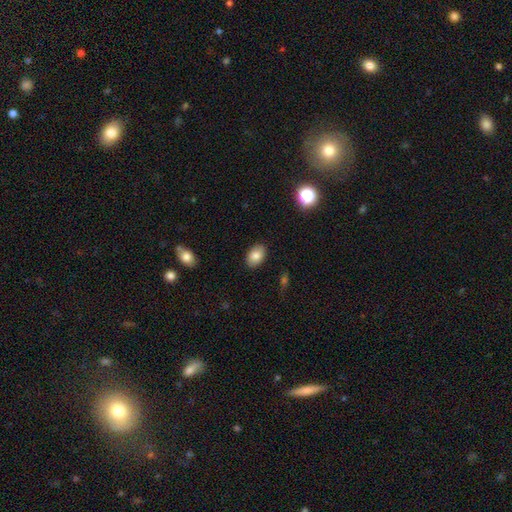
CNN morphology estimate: This appears to be a smooth galaxy with no disk features (84%) that is in between round and cigar-shaped (88%). Merging: none (88%).